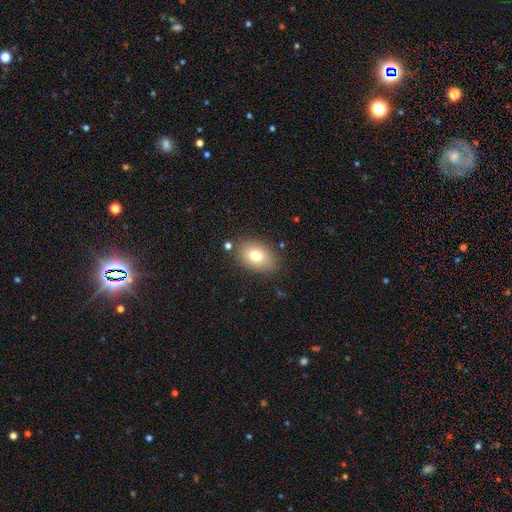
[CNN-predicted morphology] This is likely a smooth galaxy (77%). How rounded: likely in between (80%). Merging: clearly none (82%).